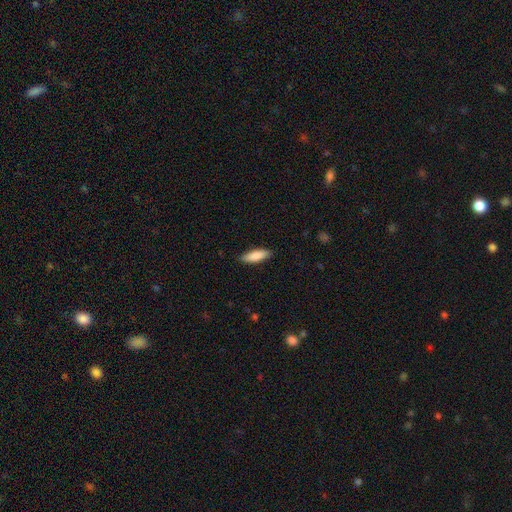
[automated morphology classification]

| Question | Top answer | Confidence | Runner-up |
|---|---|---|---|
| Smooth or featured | smooth | 86% | featured or disk (9%) |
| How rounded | in between | 54% | cigar-shaped (44%) |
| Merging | none | 86% | minor disturbance (11%) |